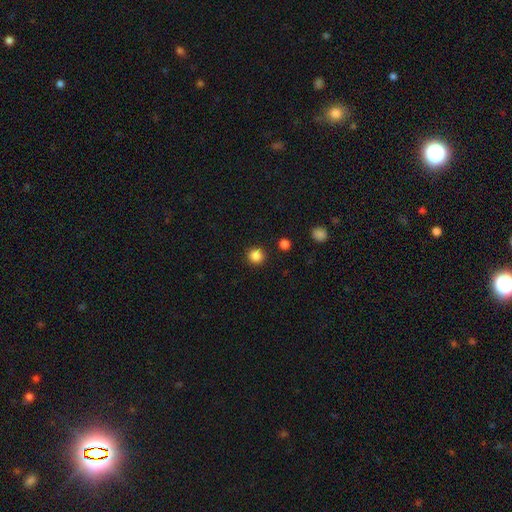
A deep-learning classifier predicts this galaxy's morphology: smooth 86%, star or artifact 11%, featured or disk 3%. Down the decision tree: how rounded — round (95%); merging — none (92%).